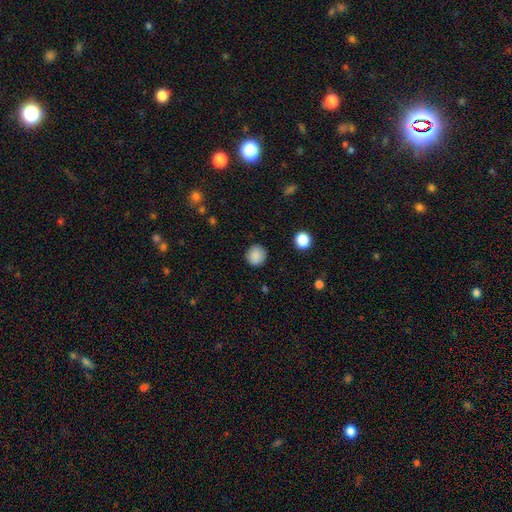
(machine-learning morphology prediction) Smooth or featured: smooth — 87% (star or artifact — 9%)
How rounded: round — 92% (in between — 7%)
Merging: none — 89% (minor disturbance — 7%)